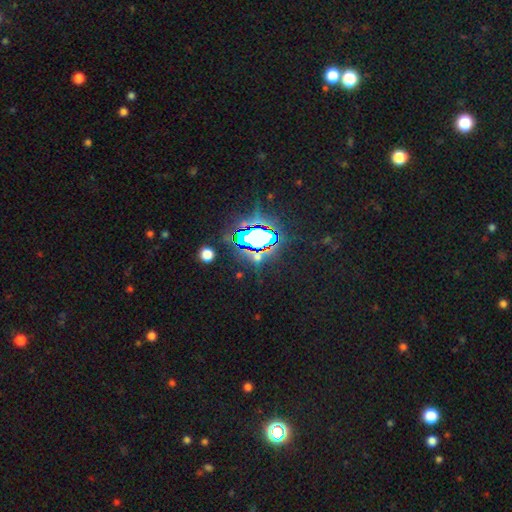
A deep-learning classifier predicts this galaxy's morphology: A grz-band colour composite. It shows a star or artifact, not a galaxy (83%).